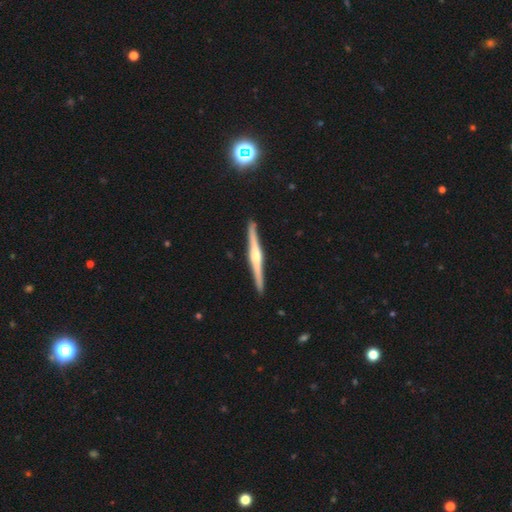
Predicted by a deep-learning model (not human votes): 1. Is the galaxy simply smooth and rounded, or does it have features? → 77% featured or disk, 19% smooth, 4% star or artifact.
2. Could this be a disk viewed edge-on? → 98% yes, 2% no.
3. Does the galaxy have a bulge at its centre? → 69% rounded, 20% boxy, 11% none.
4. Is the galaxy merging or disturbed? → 92% none, 6% minor disturbance, 1% major disturbance, 1% merger.